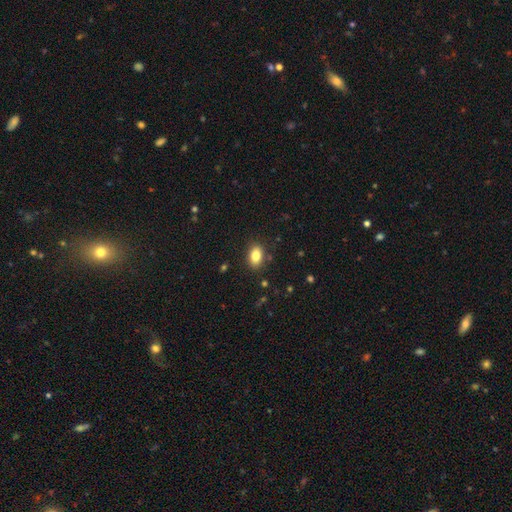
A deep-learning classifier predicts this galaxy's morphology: Overall: smooth (84%). How rounded: in between (86%). Merging: none (87%).